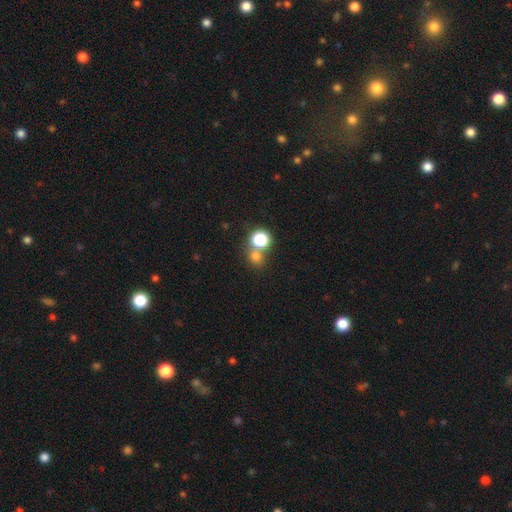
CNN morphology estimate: Smooth or featured? smooth (72%)
How rounded? round (83%)
Merging? none (56%)